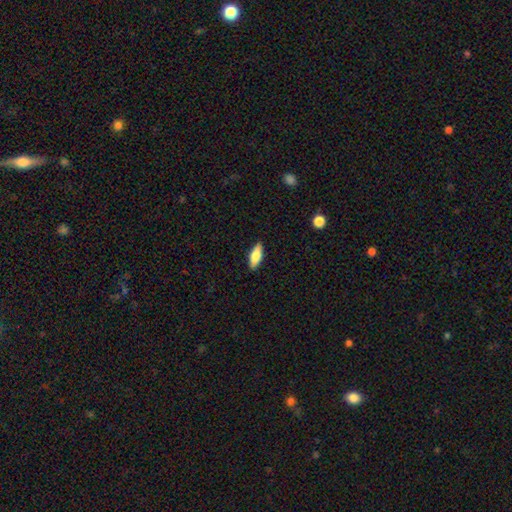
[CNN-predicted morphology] Smooth or featured? smooth (75%)
How rounded? in between (67%)
Merging? none (88%)